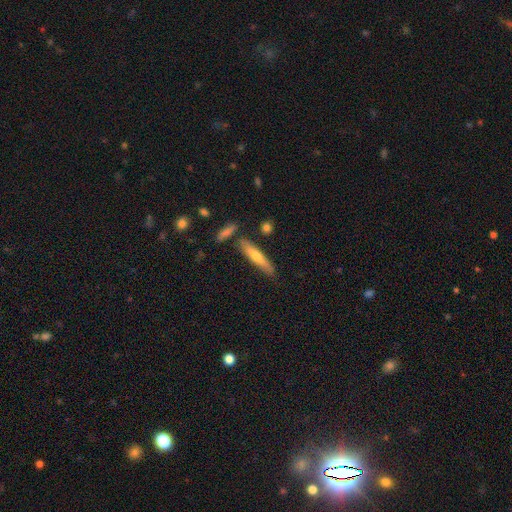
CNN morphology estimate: smooth 49%, featured or disk 44%, star or artifact 8%. Down the decision tree: merging — none (78%).